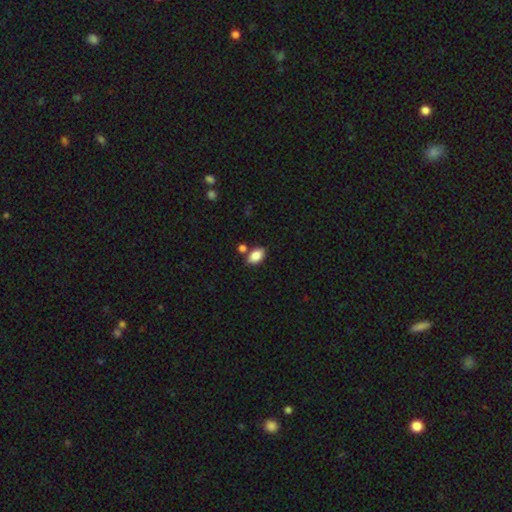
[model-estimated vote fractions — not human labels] smooth-or-featured: smooth: 86% | star or artifact: 8% | featured or disk: 6%
  how-rounded: in between: 88% | round: 10% | cigar-shaped: 2%
  merging: none: 72% | minor disturbance: 13% | merger: 12% | major disturbance: 3%